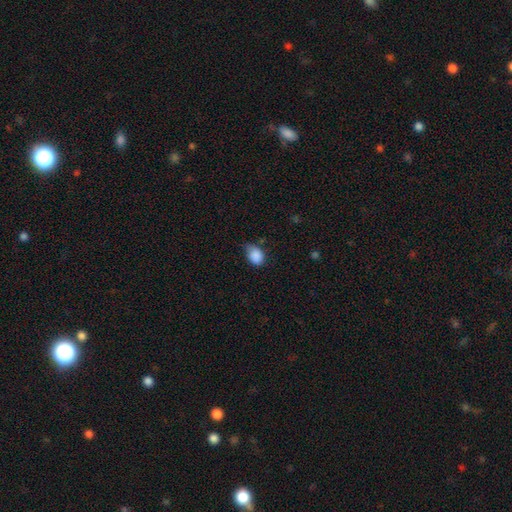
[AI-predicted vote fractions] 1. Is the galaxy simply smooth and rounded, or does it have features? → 88% smooth, 8% star or artifact, 5% featured or disk.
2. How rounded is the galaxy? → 68% in between, 31% round, 1% cigar-shaped.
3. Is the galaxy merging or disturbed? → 47% none, 42% minor disturbance, 9% major disturbance, 2% merger.